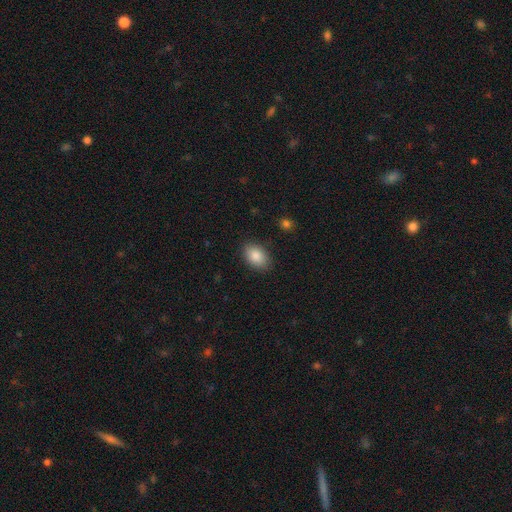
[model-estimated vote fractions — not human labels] This is clearly a smooth galaxy (87%). How rounded: clearly in between (86%). Merging: clearly none (86%).